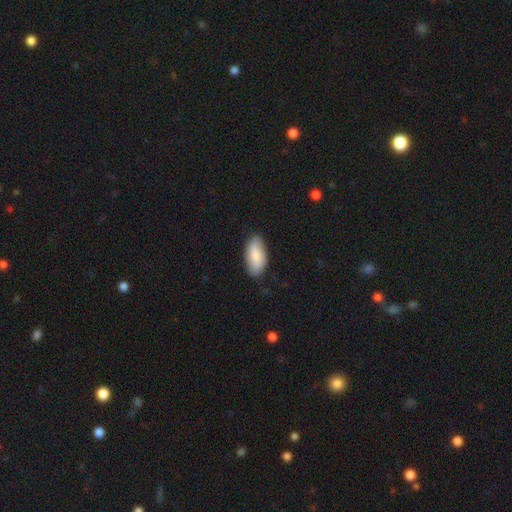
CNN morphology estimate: This is clearly a smooth galaxy (82%). How rounded: clearly in between (91%). Merging: clearly none (81%).